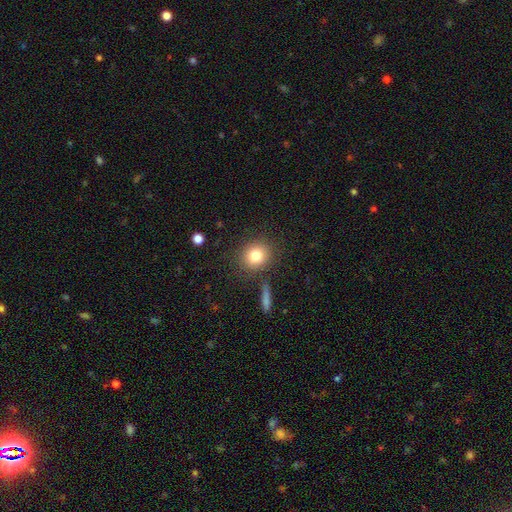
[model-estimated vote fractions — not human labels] Q: Smooth or featured?
A: smooth (81%); runner-up: star or artifact (11%)
Q: How rounded?
A: round (79%); runner-up: in between (20%)
Q: Merging?
A: none (83%); runner-up: minor disturbance (9%)